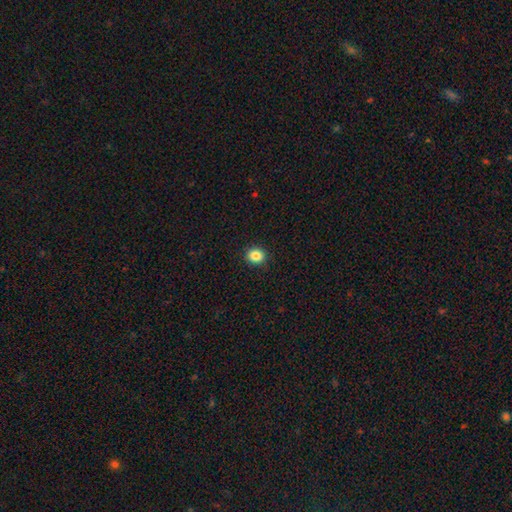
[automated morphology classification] smooth 86%, star or artifact 10%, featured or disk 4%. Down the decision tree: how rounded — round (71%); merging — none (91%).